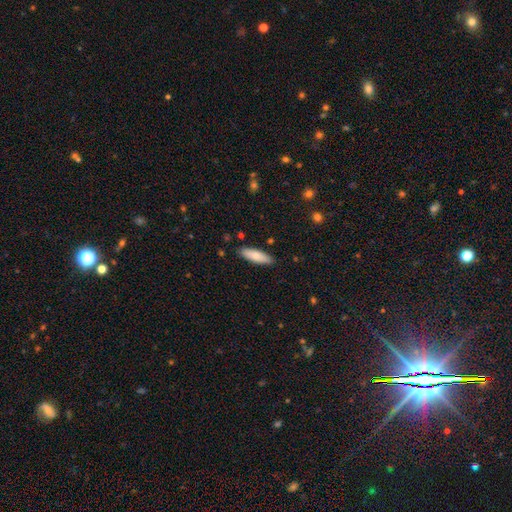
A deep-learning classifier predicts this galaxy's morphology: Smooth or featured? Predicted: smooth (p=0.83). How rounded? Predicted: in between (p=0.49, tied with cigar-shaped). Merging? Predicted: none (p=0.87).